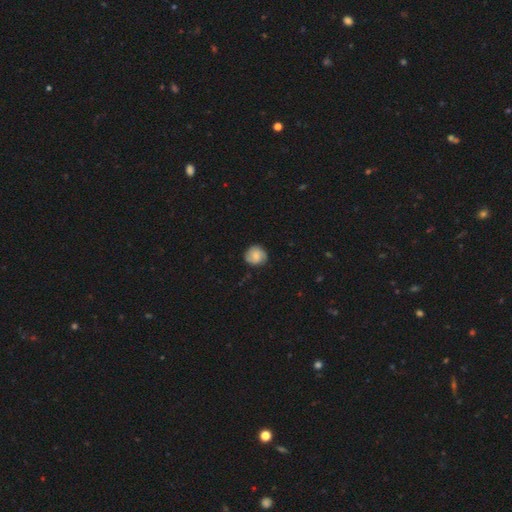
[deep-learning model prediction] smooth-or-featured: smooth: 59% | featured or disk: 33% | star or artifact: 8%
  how-rounded: round: 87% | in between: 12% | cigar-shaped: 1%
  merging: none: 81% | minor disturbance: 15% | major disturbance: 3% | merger: 1%